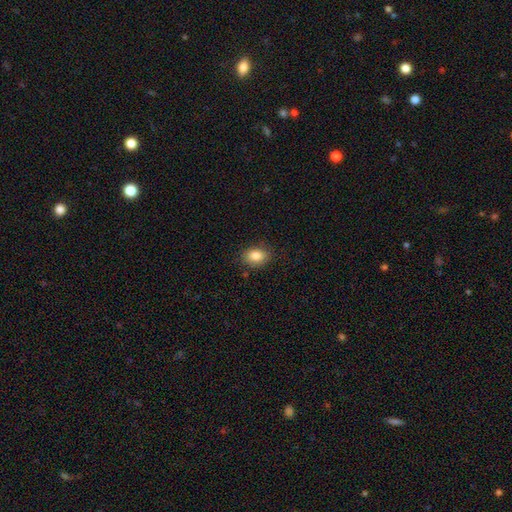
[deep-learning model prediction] This is clearly a smooth galaxy (84%). How rounded: likely in between (74%). Merging: clearly none (84%).